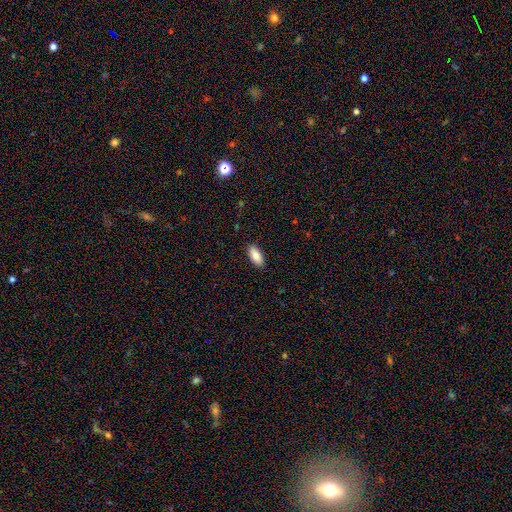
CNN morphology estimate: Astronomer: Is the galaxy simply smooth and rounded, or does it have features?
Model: smooth — 85%.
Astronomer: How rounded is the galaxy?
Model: in between — 88%.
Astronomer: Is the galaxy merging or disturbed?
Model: none — 89%.